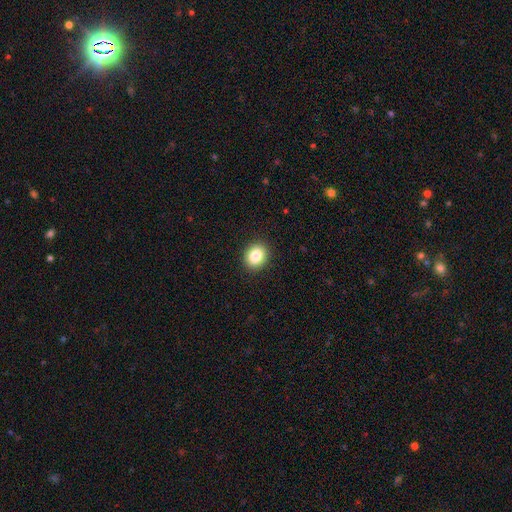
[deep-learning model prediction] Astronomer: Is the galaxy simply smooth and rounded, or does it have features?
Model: smooth — 85%.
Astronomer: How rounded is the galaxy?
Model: round — 61% (runner-up: in between, 38%).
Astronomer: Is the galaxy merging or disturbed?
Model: none — 91%.